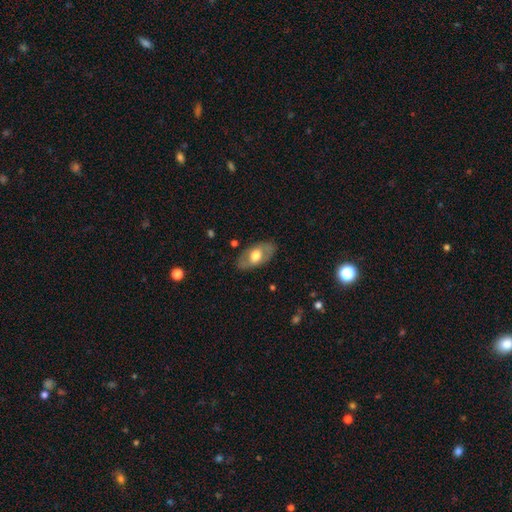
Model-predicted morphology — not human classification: The model was most divided on "smooth or featured": smooth: 52%, featured or disk: 43%, star or artifact: 6%. More confident: how rounded — in between (91%); merging — none (81%).